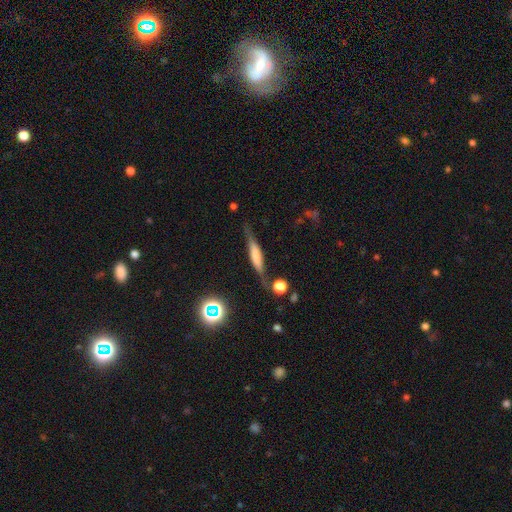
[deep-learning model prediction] smooth_or_featured: featured or disk (p=0.48) [alt: smooth p=0.44]
merging: none (p=0.66) [alt: minor disturbance p=0.22]